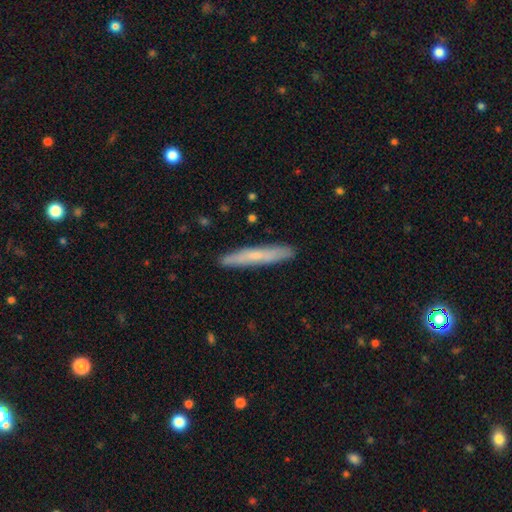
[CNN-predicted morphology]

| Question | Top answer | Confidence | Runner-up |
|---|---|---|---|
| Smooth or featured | smooth | 55% | featured or disk (38%) |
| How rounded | cigar-shaped | 95% | in between (4%) |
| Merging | none | 89% | minor disturbance (8%) |